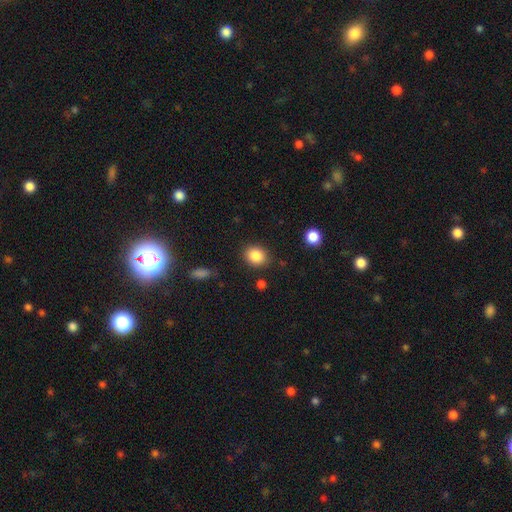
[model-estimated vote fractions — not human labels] Smooth or featured? smooth (86%)
How rounded? round (60%)
Merging? none (85%)